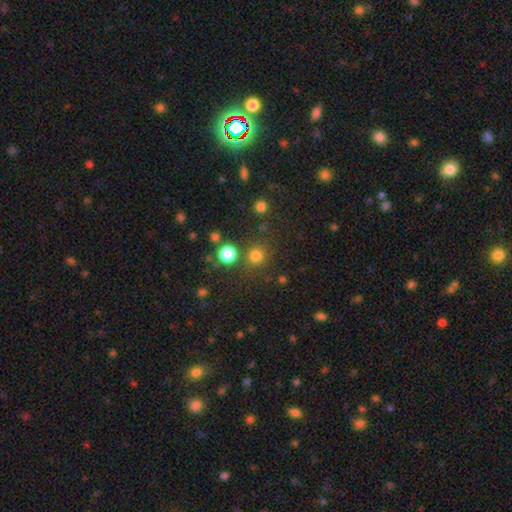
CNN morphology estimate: Overall: smooth (78%). How rounded: round (91%). Merging: none (78%).